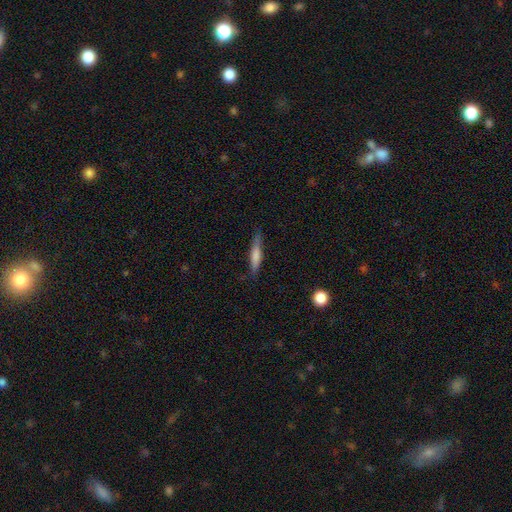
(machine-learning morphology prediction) The model was most divided on "smooth or featured": smooth: 63%, featured or disk: 31%, star or artifact: 6%. More confident: how rounded — cigar-shaped (87%); merging — none (78%).